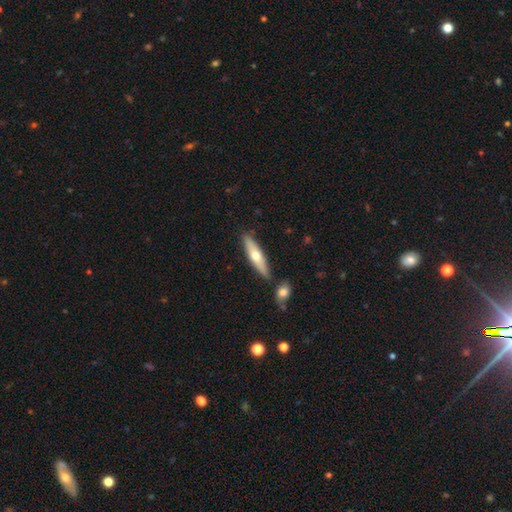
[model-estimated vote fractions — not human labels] Smooth or featured?
  - smooth: 53% *
  - featured or disk: 42%
  - star or artifact: 6%
How rounded?
  - cigar-shaped: 72% *
  - in between: 26%
  - round: 2%
Merging?
  - none: 79% *
  - minor disturbance: 11%
  - merger: 7%
  - major disturbance: 2%